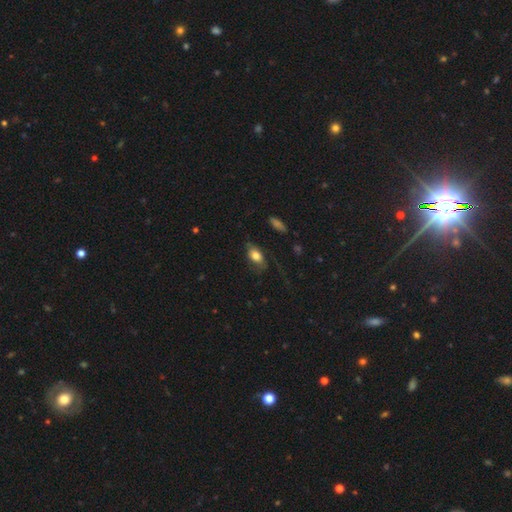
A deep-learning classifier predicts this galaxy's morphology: Smooth or featured? smooth (74%)
How rounded? in between (88%)
Merging? none (57%)